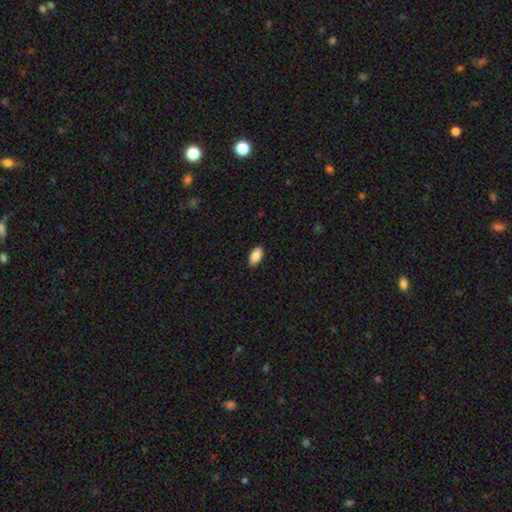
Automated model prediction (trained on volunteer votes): smooth-or-featured: smooth: 88% | star or artifact: 7% | featured or disk: 5%
  how-rounded: in between: 94% | cigar-shaped: 4% | round: 3%
  merging: none: 89% | minor disturbance: 8% | major disturbance: 2% | merger: 1%